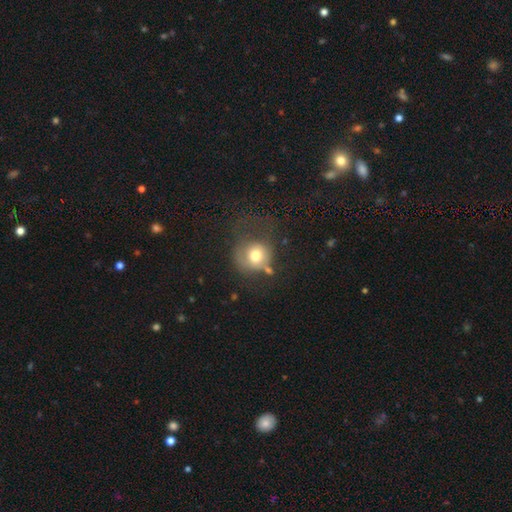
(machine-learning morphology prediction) Smooth or featured?
  - smooth: 69% *
  - featured or disk: 20%
  - star or artifact: 10%
How rounded?
  - round: 83% *
  - in between: 16%
  - cigar-shaped: 1%
Merging?
  - none: 39% *
  - major disturbance: 30%
  - minor disturbance: 23%
  - merger: 8%